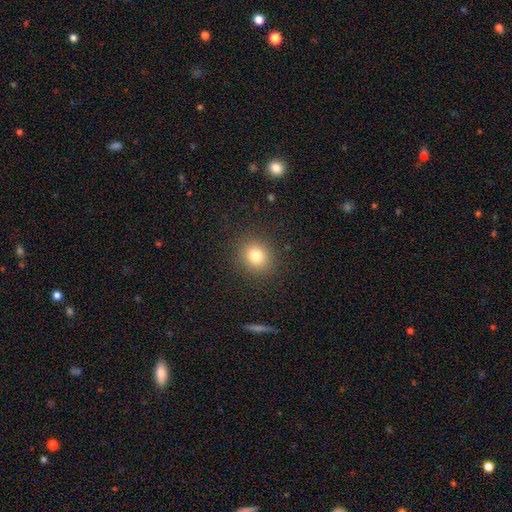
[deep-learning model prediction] This is likely a smooth galaxy (80%). How rounded: likely round (78%). Merging: clearly none (89%).